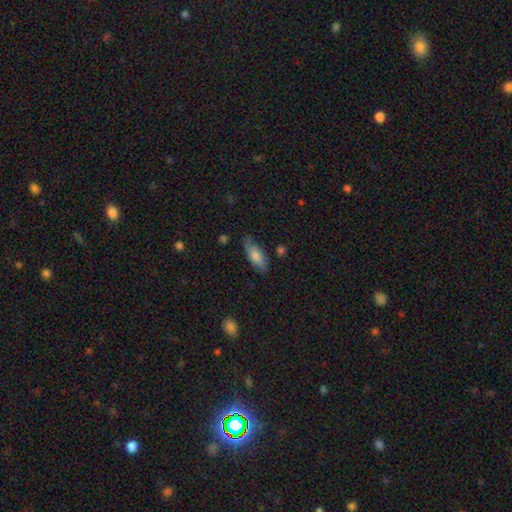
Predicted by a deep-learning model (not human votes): Morphology: type=smooth (76%); roundness=in between (76%); merging=none (71%).